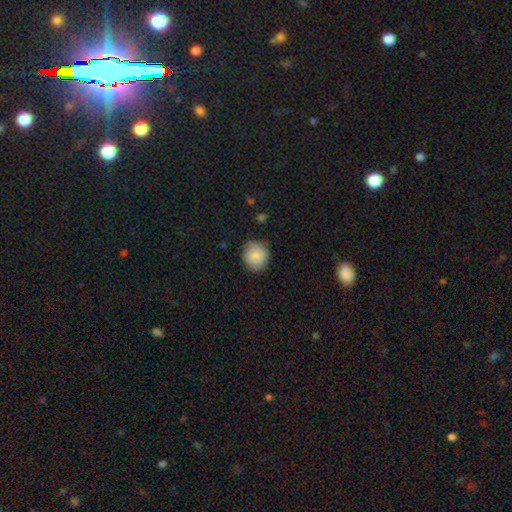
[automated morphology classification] A smooth galaxy with no disk features (85%) that is round (82%). Merging: none (80%).